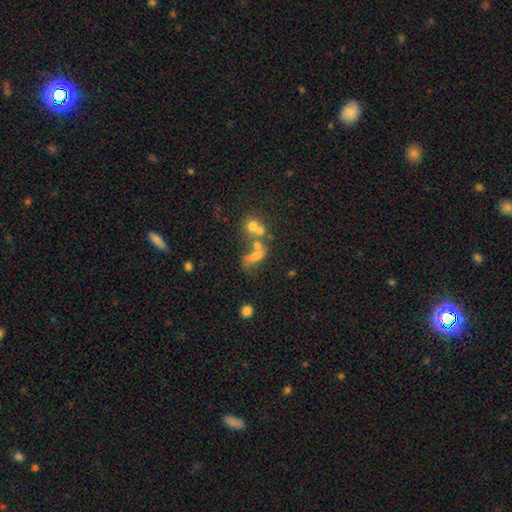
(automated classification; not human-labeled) A smooth galaxy with no disk features (54%) that is in between round and cigar-shaped (70%).

Vote fractions:
- Smooth or featured? smooth: 54% / featured or disk: 29% / star or artifact: 17%
- How rounded? in between: 70% / round: 21% / cigar-shaped: 9%
- Merging? merger: 44% / none: 27% / major disturbance: 16% / minor disturbance: 13%